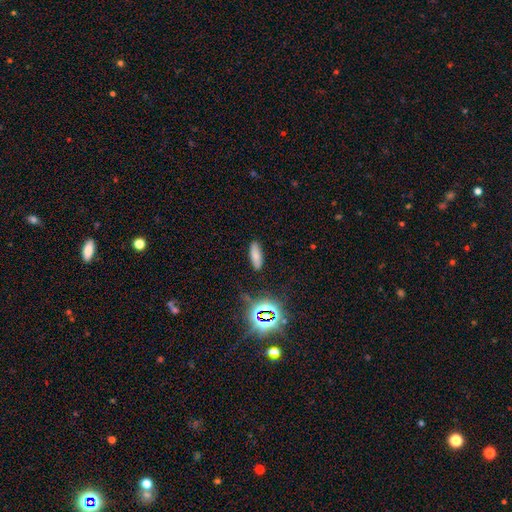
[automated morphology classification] Smooth or featured? Predicted: smooth (p=0.70). How rounded? Predicted: in between (p=0.62). Merging? Predicted: none (p=0.86).